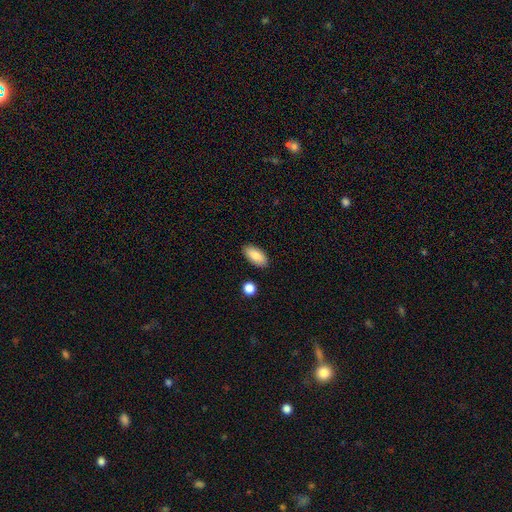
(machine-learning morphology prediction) smooth_or_featured: smooth (p=0.85) [alt: featured or disk p=0.08]
how_rounded: in between (p=0.90) [alt: cigar-shaped p=0.08]
merging: none (p=0.87) [alt: minor disturbance p=0.09]